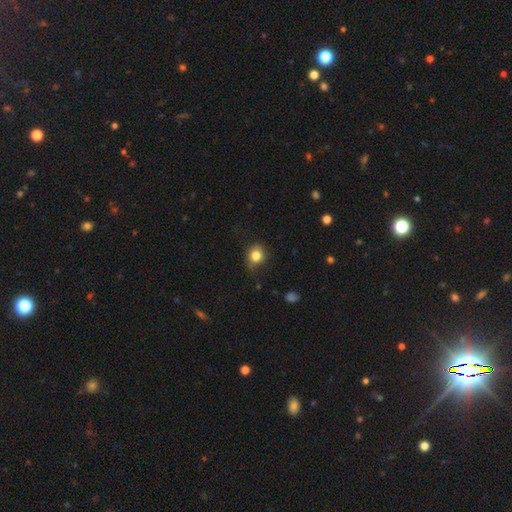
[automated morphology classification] smooth-or-featured: smooth: 82% | star or artifact: 11% | featured or disk: 7%
  how-rounded: round: 76% | in between: 23% | cigar-shaped: 1%
  merging: none: 74% | minor disturbance: 20% | major disturbance: 4% | merger: 1%